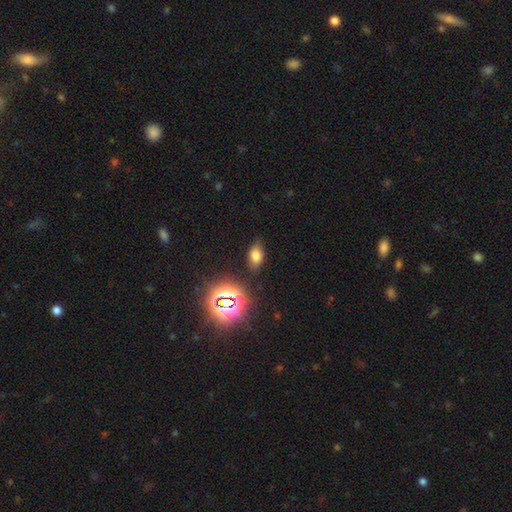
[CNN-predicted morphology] This appears to be a smooth galaxy with no disk features (68%) that is in between round and cigar-shaped (87%). Merging: none (80%).